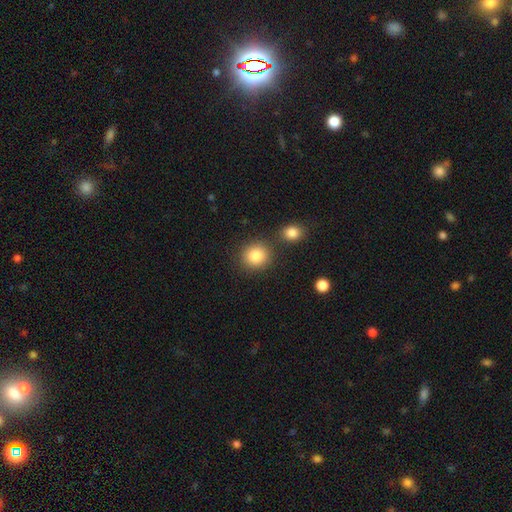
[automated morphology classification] smooth_or_featured: smooth (p=0.85) [alt: star or artifact p=0.09]
how_rounded: round (p=0.85) [alt: in between p=0.14]
merging: none (p=0.78) [alt: merger p=0.11]